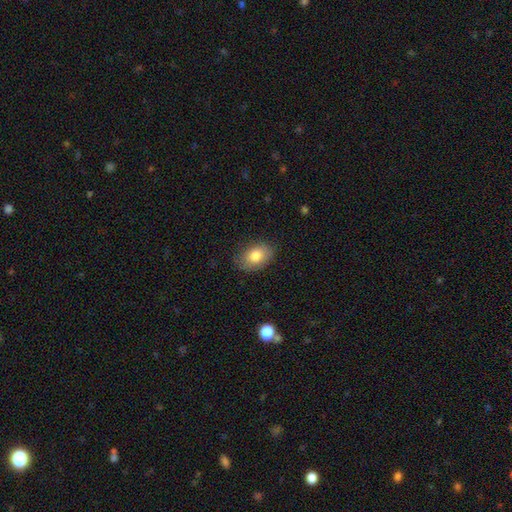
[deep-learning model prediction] Morphology: type=smooth (80%); roundness=in between (83%); merging=none (80%).